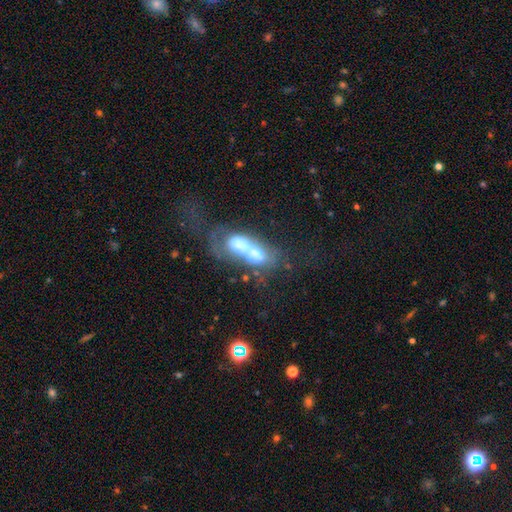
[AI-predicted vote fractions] The model was most divided on "smooth or featured": smooth: 51%, featured or disk: 39%, star or artifact: 10%. More confident: merging — merger (75%); how rounded — in between (72%).